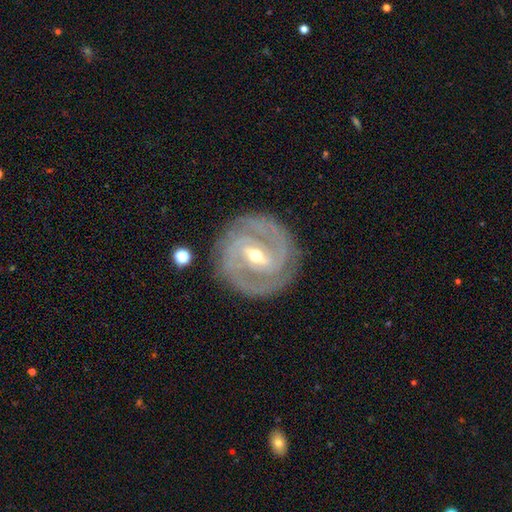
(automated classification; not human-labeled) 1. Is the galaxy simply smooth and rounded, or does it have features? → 91% featured or disk, 5% smooth, 5% star or artifact.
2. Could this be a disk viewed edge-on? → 97% no, 3% yes.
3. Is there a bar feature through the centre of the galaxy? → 46% strong, 43% weak, 11% no.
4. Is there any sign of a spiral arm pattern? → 97% yes, 3% no.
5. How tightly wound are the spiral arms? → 71% tight, 25% medium, 4% loose.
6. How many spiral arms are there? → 48% 2, 24% 3, 13% can't tell, 7% 4, 4% more than 4, 4% 1.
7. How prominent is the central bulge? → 51% moderate, 46% small, 2% large, 1% none, 1% dominant.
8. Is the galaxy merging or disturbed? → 84% none, 11% minor disturbance, 4% major disturbance, 1% merger.